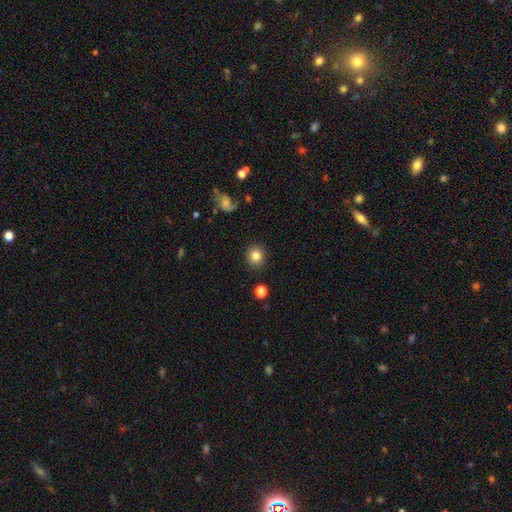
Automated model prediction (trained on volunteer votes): Q: Smooth or featured?
A: smooth (83%); runner-up: star or artifact (10%)
Q: How rounded?
A: round (81%); runner-up: in between (18%)
Q: Merging?
A: none (88%); runner-up: minor disturbance (7%)